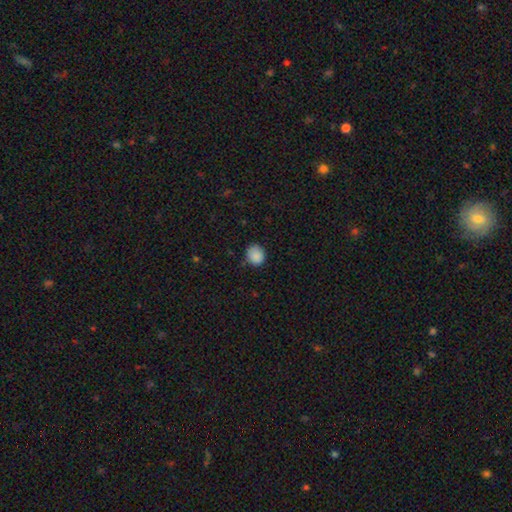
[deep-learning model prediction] Smooth or featured? Predicted: smooth (p=0.88). How rounded? Predicted: round (p=0.71). Merging? Predicted: none (p=0.79).